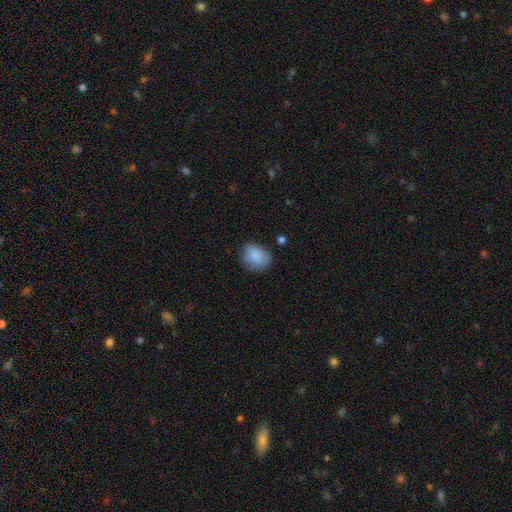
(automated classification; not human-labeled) This appears to be a smooth galaxy with no disk features (83%) that is round (54%). Merging: none (67%).